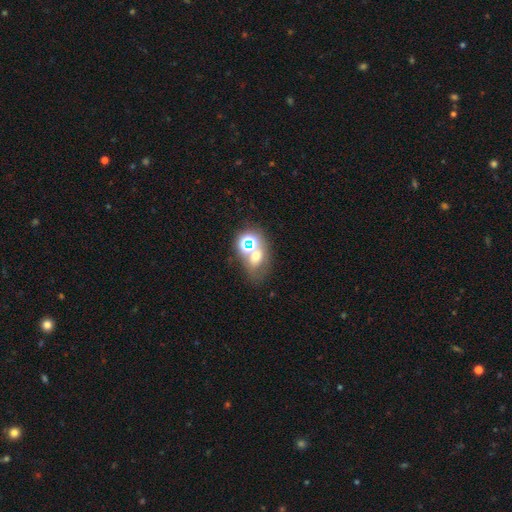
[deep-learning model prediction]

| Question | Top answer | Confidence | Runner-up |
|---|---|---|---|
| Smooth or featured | smooth | 48% | star or artifact (31%) |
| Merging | none | 44% | merger (36%) |